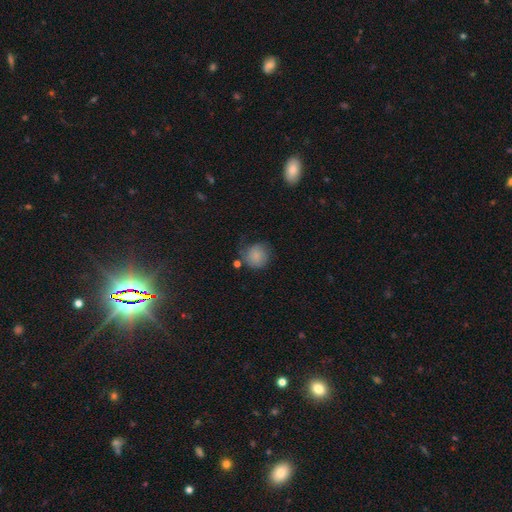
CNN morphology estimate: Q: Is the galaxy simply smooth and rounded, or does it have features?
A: smooth — 82%.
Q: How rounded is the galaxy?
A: round — 87%.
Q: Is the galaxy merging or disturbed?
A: none — 58%.